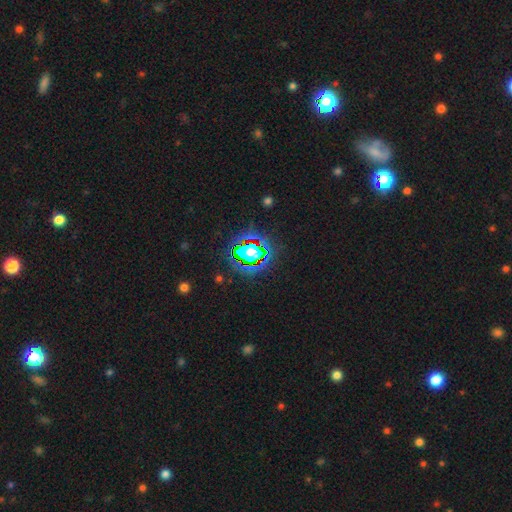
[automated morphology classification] smooth_or_featured: star or artifact (p=0.57) [alt: smooth p=0.29]